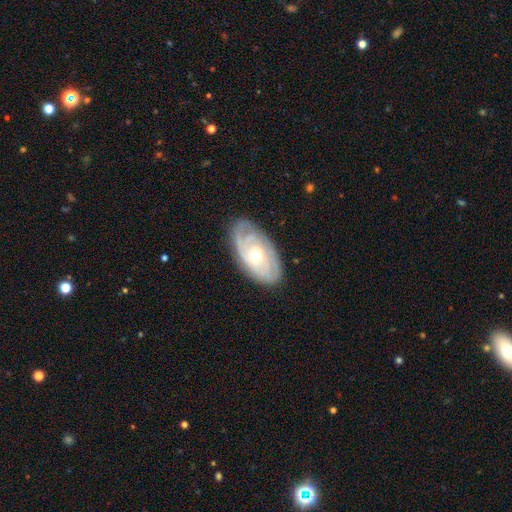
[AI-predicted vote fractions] Smooth or featured? Predicted: featured or disk (p=0.75). Edge-on disk? Predicted: no (p=0.92). Bar? Predicted: no (p=0.79). Spiral arms? Predicted: yes (p=0.86). Spiral winding? Predicted: tight (p=0.69). Spiral arm count? Predicted: can't tell (p=0.44). Bulge size? Predicted: moderate (p=0.63). Merging? Predicted: none (p=0.79).